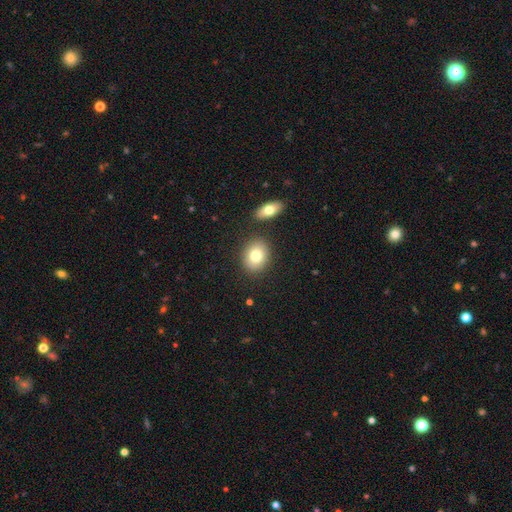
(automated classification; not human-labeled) Overall: smooth (79%). How rounded: round (50%; in between 49%). Merging: none (80%).